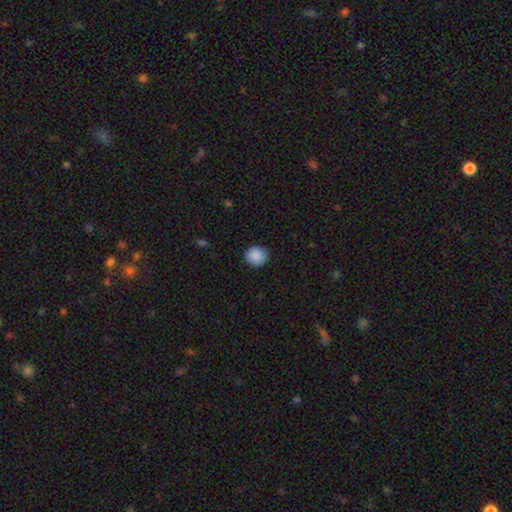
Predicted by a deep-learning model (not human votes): Morphology: type=smooth (89%); roundness=round (86%); merging=none (89%).